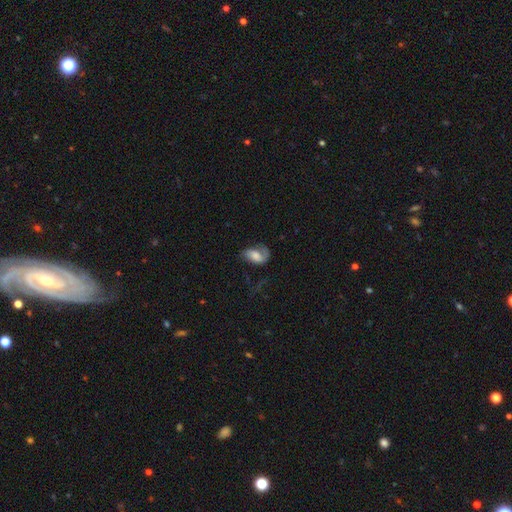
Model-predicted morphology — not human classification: Smooth or featured: smooth — 49% (featured or disk — 43%)
Merging: none — 37% (major disturbance — 35%)